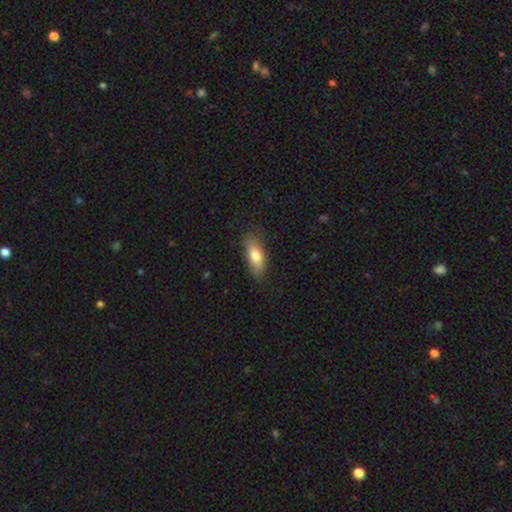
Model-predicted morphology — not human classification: smooth 76%, featured or disk 18%, star or artifact 7%. Down the decision tree: how rounded — in between (76%); merging — none (77%).